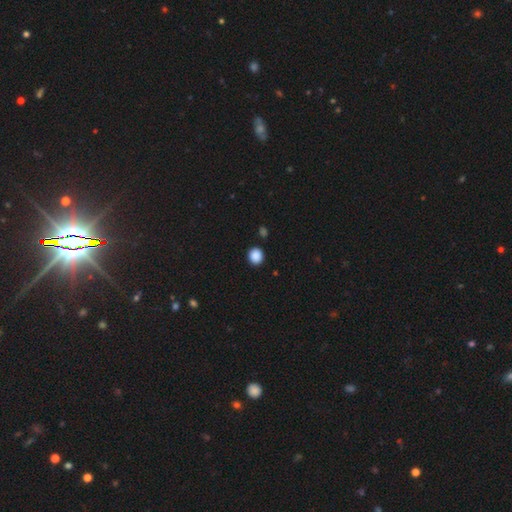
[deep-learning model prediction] Q: Smooth or featured?
A: smooth (88%); runner-up: star or artifact (9%)
Q: How rounded?
A: round (81%); runner-up: in between (18%)
Q: Merging?
A: none (90%); runner-up: minor disturbance (6%)